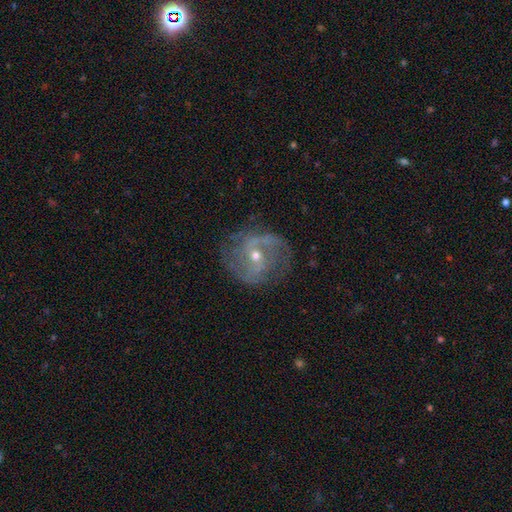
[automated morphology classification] Overall: featured or disk (83%). Edge-on disk: no (97%). Bar: weak (42%; no 38%). Spiral arms: yes (91%). Spiral arm count: 2 (73%). Spiral winding: medium (46%; loose 29%). Bulge size: moderate (49%; small 48%). Merging: none (70%).